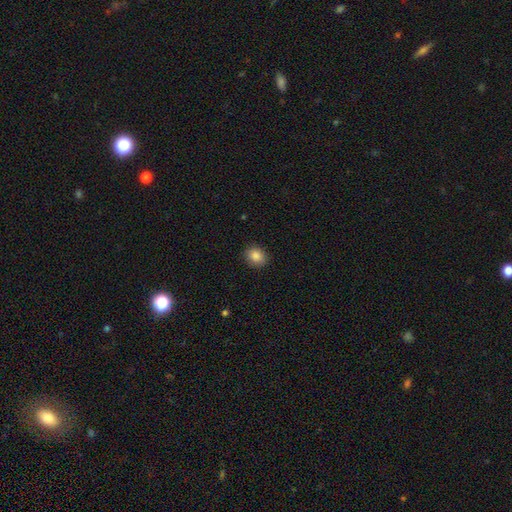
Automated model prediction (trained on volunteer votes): This is clearly a smooth galaxy (86%). How rounded: possibly round (59%). Merging: clearly none (89%).